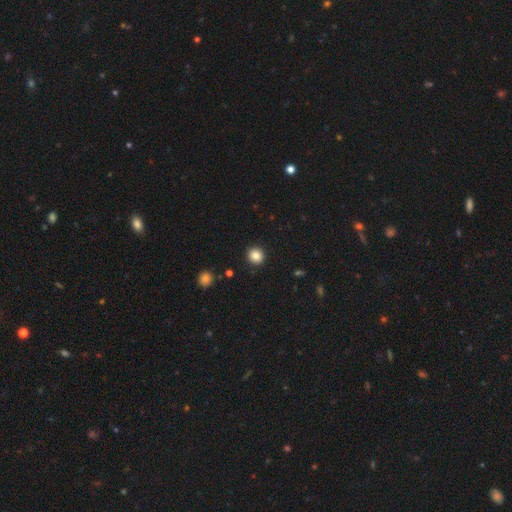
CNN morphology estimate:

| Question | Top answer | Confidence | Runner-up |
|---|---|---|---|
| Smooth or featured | smooth | 86% | star or artifact (10%) |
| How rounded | round | 90% | in between (9%) |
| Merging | none | 92% | minor disturbance (5%) |